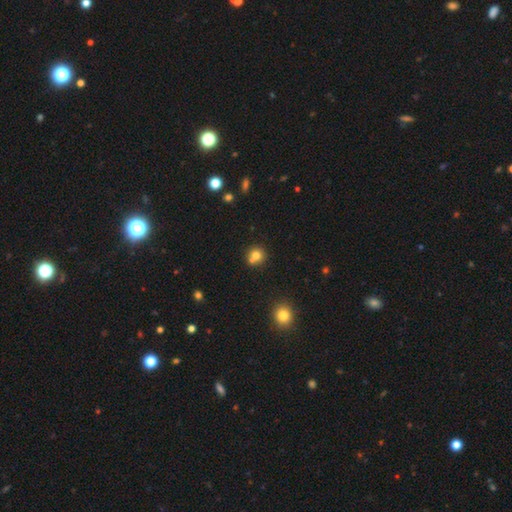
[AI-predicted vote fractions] A smooth galaxy with no disk features (77%) that is round (88%). Merging: none (59%).